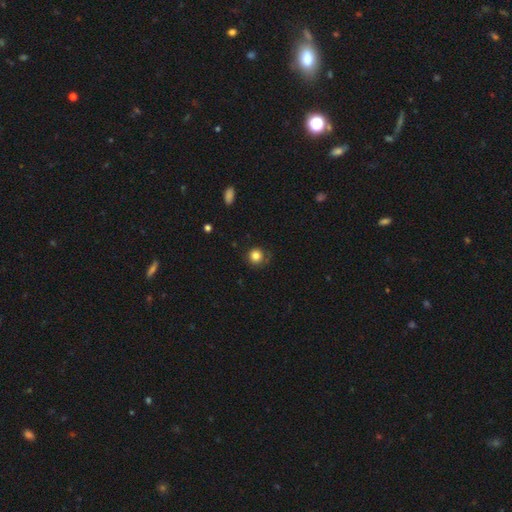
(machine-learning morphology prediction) smooth_or_featured: smooth (p=0.82) [alt: star or artifact p=0.10]
how_rounded: round (p=0.91) [alt: in between p=0.08]
merging: none (p=0.74) [alt: minor disturbance p=0.17]